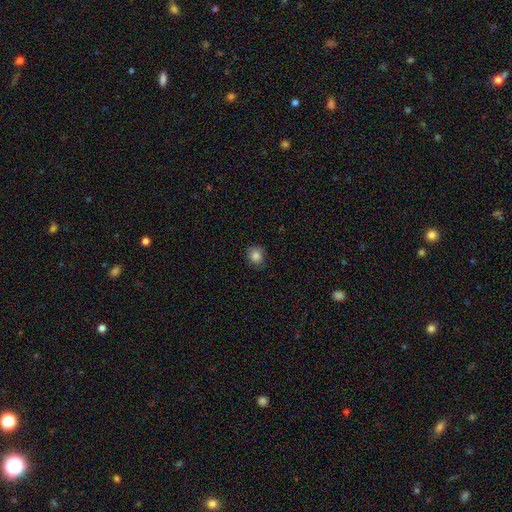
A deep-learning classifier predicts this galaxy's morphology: smooth-or-featured: smooth: 84% | star or artifact: 10% | featured or disk: 5%
  how-rounded: round: 82% | in between: 17% | cigar-shaped: 1%
  merging: none: 84% | minor disturbance: 12% | major disturbance: 2% | merger: 1%